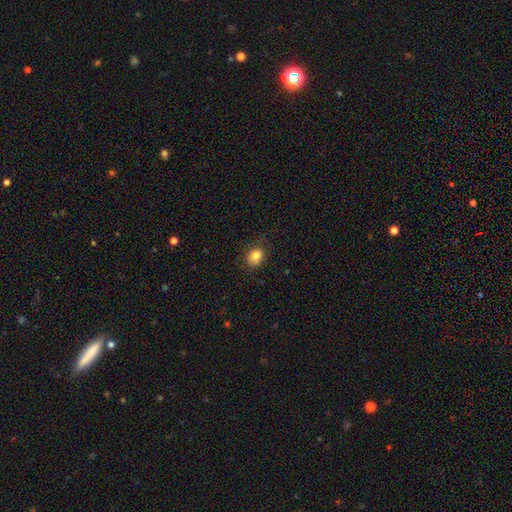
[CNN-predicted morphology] This is clearly a smooth galaxy (81%). How rounded: possibly round (52%). Merging: likely none (77%).